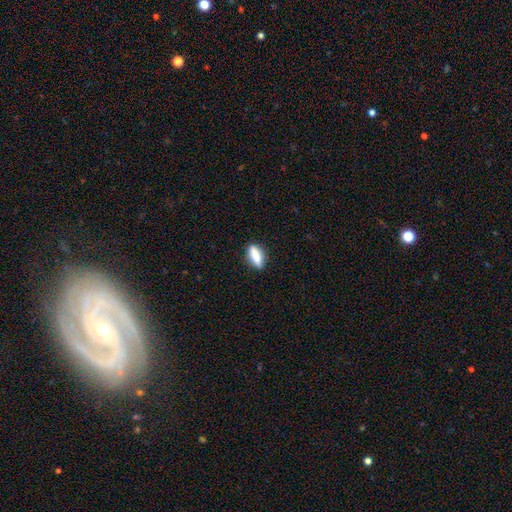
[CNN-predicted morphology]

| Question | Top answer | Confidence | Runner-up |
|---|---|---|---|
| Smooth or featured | smooth | 76% | featured or disk (16%) |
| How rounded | in between | 54% | cigar-shaped (42%) |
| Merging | none | 87% | minor disturbance (10%) |